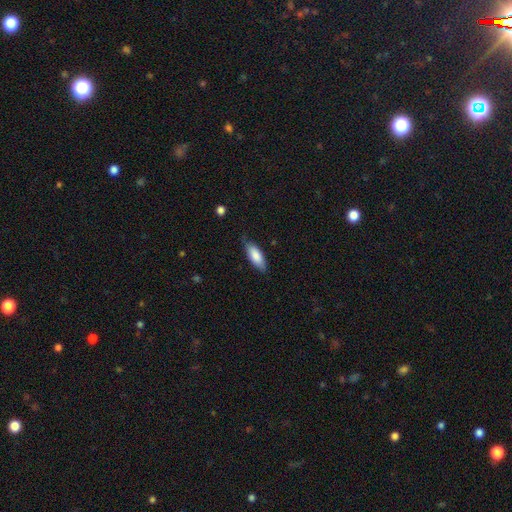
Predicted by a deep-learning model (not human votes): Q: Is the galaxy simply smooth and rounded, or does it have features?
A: smooth — 81%.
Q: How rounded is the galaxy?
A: in between — 74%.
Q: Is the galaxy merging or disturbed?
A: none — 73%.